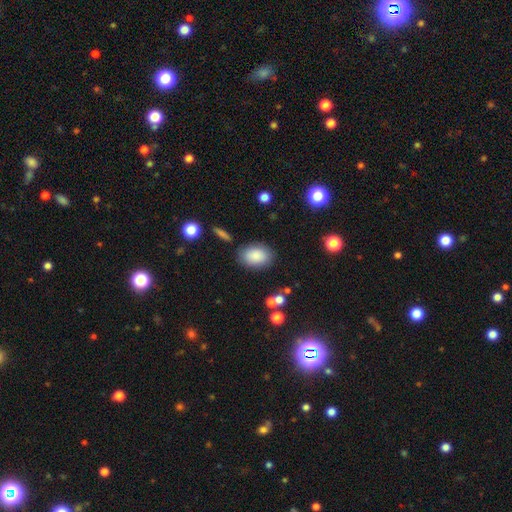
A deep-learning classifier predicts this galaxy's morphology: Overall: smooth (86%). How rounded: in between (85%). Merging: none (81%).